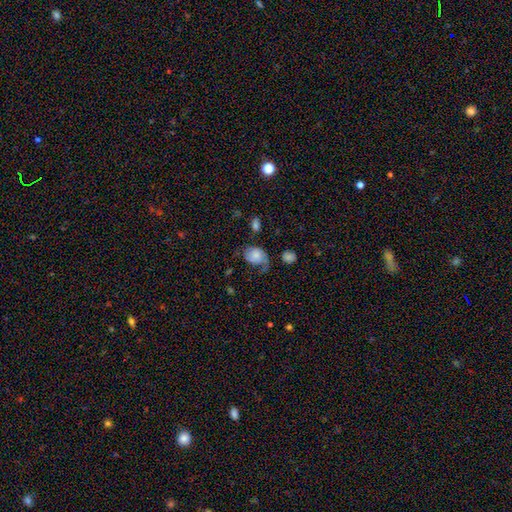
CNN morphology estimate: Overall: smooth (56%; featured or disk 35%). How rounded: in between (58%; round 41%). Merging: major disturbance (35%; none 31%).